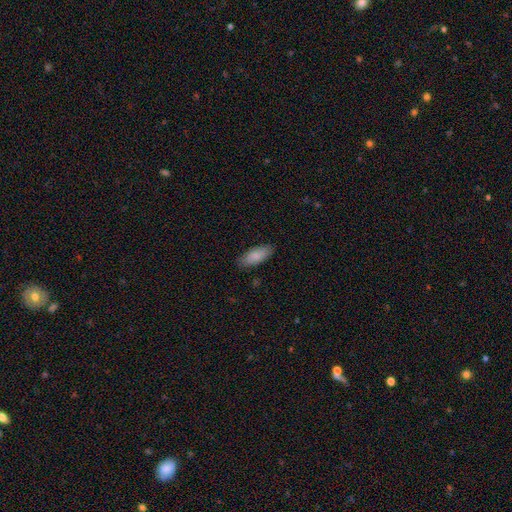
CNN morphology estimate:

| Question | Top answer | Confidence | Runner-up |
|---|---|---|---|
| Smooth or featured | smooth | 86% | featured or disk (9%) |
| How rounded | in between | 80% | cigar-shaped (18%) |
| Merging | none | 84% | minor disturbance (12%) |